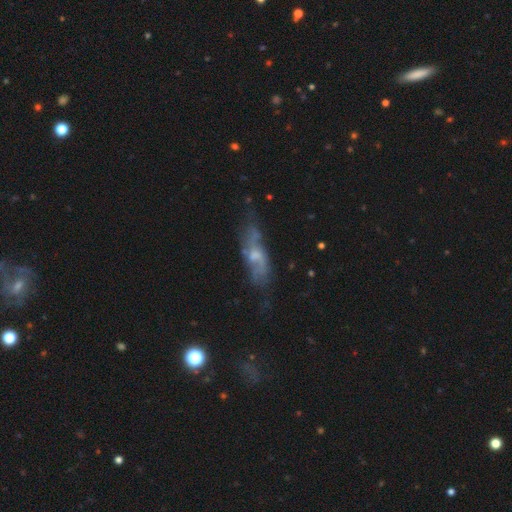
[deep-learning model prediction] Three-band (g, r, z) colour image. It shows a featured or disk galaxy (62%). Merging: none (56%).